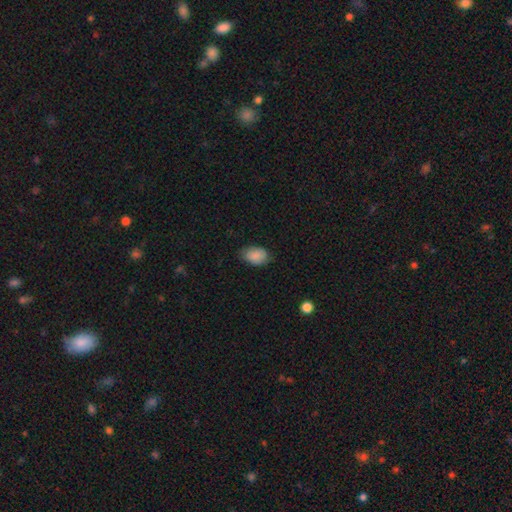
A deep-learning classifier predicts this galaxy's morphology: This appears to be a smooth galaxy with no disk features (88%) that is in between round and cigar-shaped (81%). Merging: none (72%).